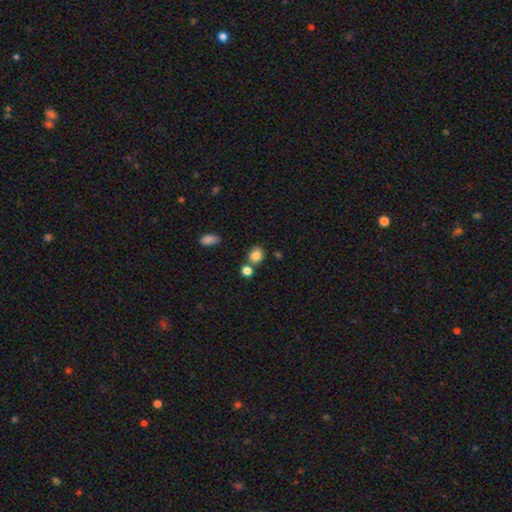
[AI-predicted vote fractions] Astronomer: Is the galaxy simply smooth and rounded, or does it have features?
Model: smooth — 84%.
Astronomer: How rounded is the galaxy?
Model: round — 67%.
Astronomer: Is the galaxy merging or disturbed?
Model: none — 64%.